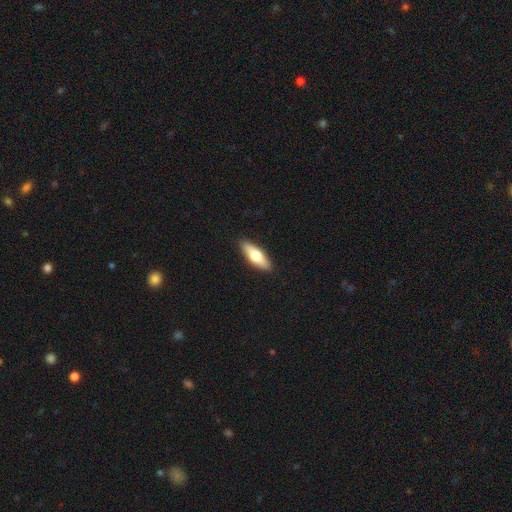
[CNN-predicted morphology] A smooth galaxy with no disk features (65%) that is in between round and cigar-shaped (60%). Merging: none (90%).